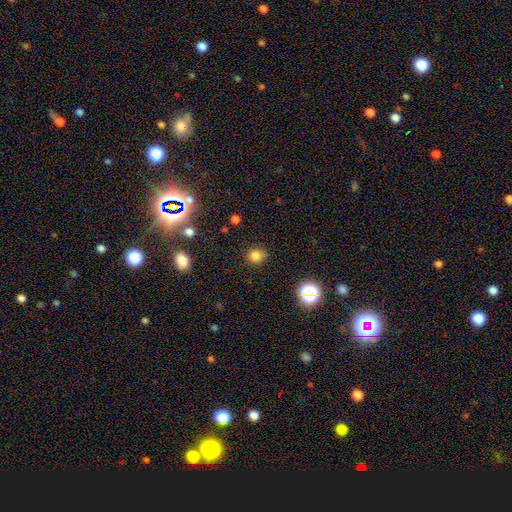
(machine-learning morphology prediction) Smooth or featured? Predicted: smooth (p=0.80). How rounded? Predicted: round (p=0.79). Merging? Predicted: none (p=0.85).